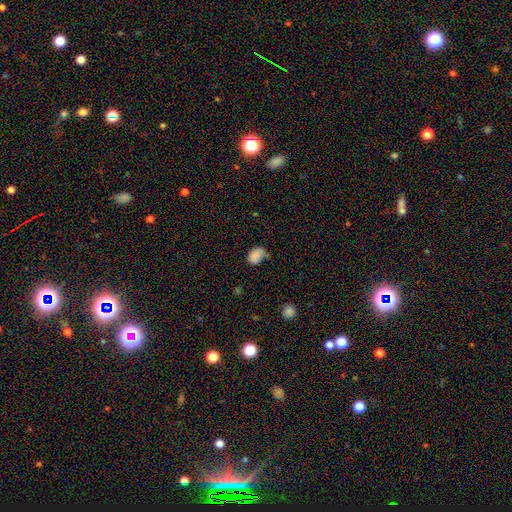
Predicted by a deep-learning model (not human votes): A smooth galaxy with no disk features (85%) that is in between round and cigar-shaped (78%).

Vote fractions:
- Smooth or featured? smooth: 85% / star or artifact: 10% / featured or disk: 5%
- How rounded? in between: 78% / round: 21% / cigar-shaped: 1%
- Merging? none: 54% / minor disturbance: 33% / major disturbance: 9% / merger: 4%